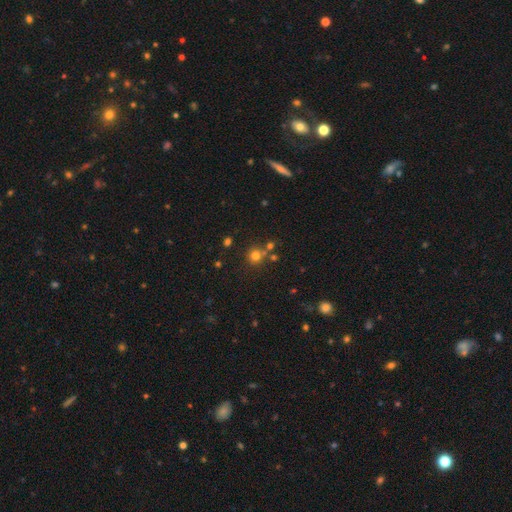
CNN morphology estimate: smooth 72%, star or artifact 20%, featured or disk 8%. Down the decision tree: how rounded — round (91%); merging — none (69%).